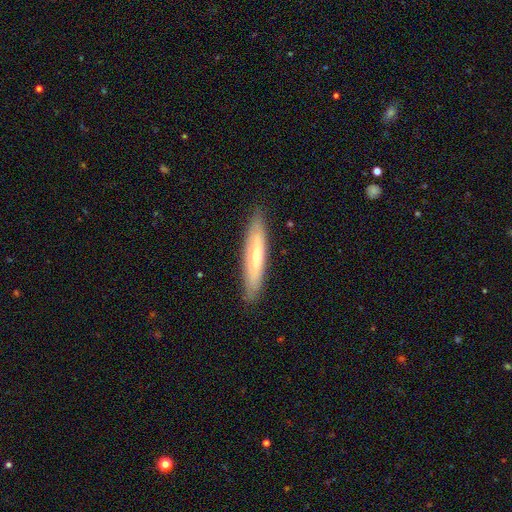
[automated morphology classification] Smooth or featured?
  - smooth: 52% *
  - featured or disk: 43%
  - star or artifact: 6%
How rounded?
  - cigar-shaped: 86% *
  - in between: 13%
  - round: 1%
Merging?
  - none: 88% *
  - minor disturbance: 9%
  - major disturbance: 2%
  - merger: 1%